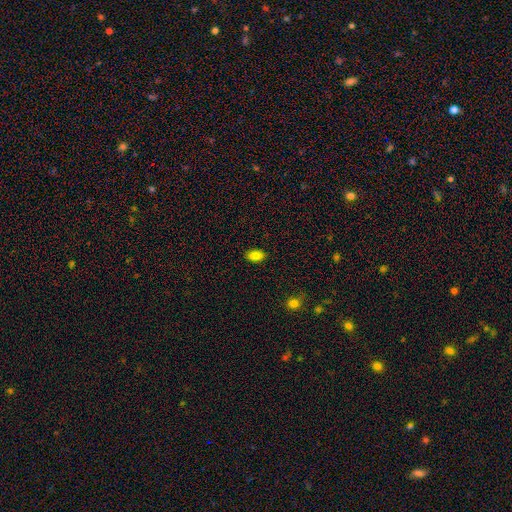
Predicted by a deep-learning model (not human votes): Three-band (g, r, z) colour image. It shows a smooth galaxy with no disk features (84%) that is in between round and cigar-shaped (91%). Merging: none (88%).